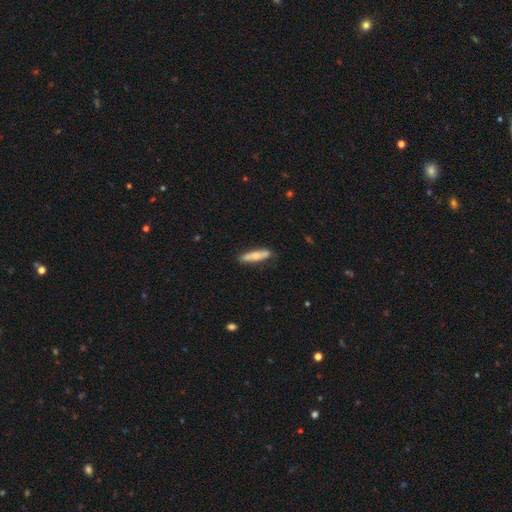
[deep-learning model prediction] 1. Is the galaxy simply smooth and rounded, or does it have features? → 63% smooth, 31% featured or disk, 6% star or artifact.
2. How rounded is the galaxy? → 75% cigar-shaped, 23% in between, 2% round.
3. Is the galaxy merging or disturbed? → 82% none, 14% minor disturbance, 2% major disturbance, 2% merger.